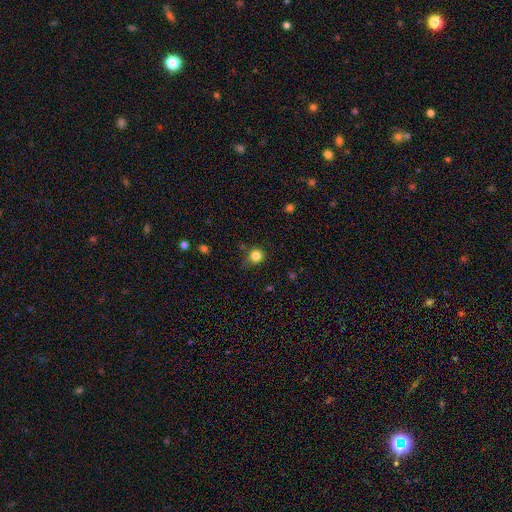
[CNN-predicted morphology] Smooth or featured? smooth (82%)
How rounded? round (89%)
Merging? none (72%)